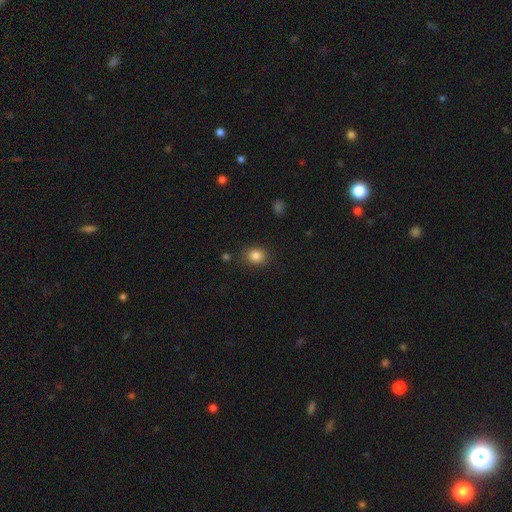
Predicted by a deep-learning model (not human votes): smooth 84%, star or artifact 10%, featured or disk 5%. Down the decision tree: how rounded — round (61%); merging — none (84%).